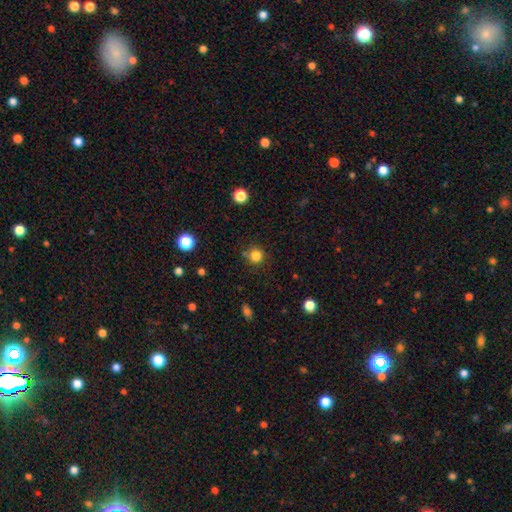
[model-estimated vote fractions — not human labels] smooth 82%, star or artifact 13%, featured or disk 4%. Down the decision tree: how rounded — round (92%); merging — none (80%).